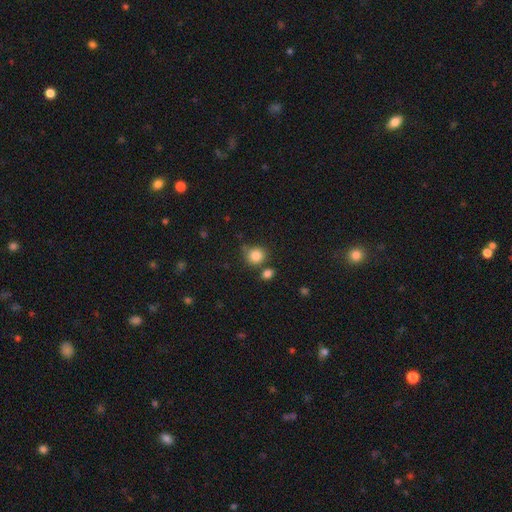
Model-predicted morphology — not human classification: Q: Smooth or featured?
A: smooth (84%); runner-up: star or artifact (11%)
Q: How rounded?
A: round (85%); runner-up: in between (14%)
Q: Merging?
A: none (66%); runner-up: merger (15%)